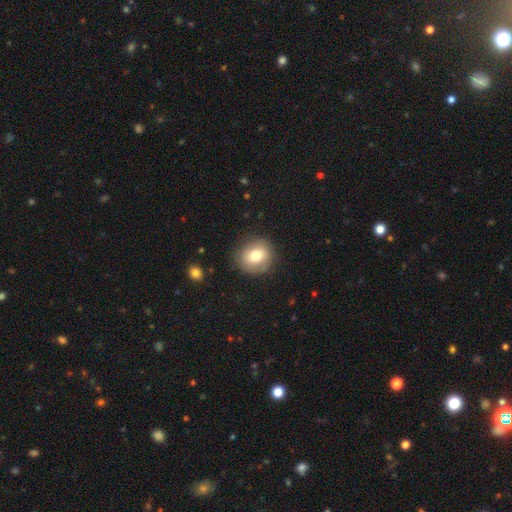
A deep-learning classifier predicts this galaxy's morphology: A smooth galaxy with no disk features (77%) that is round (81%). Merging: none (85%).